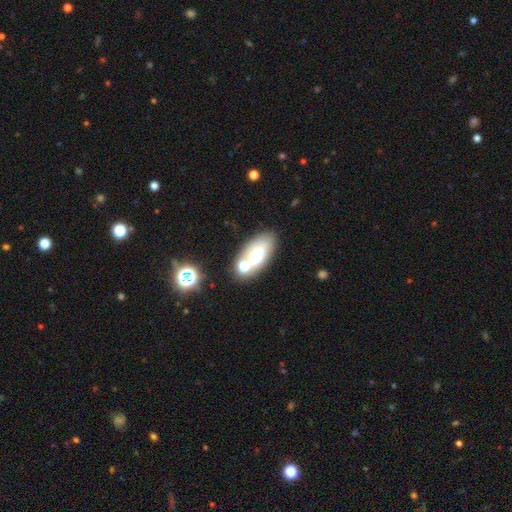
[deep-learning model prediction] Smooth or featured: smooth — 55% (featured or disk — 32%)
How rounded: in between — 89% (round — 5%)
Merging: none — 53% (merger — 23%)